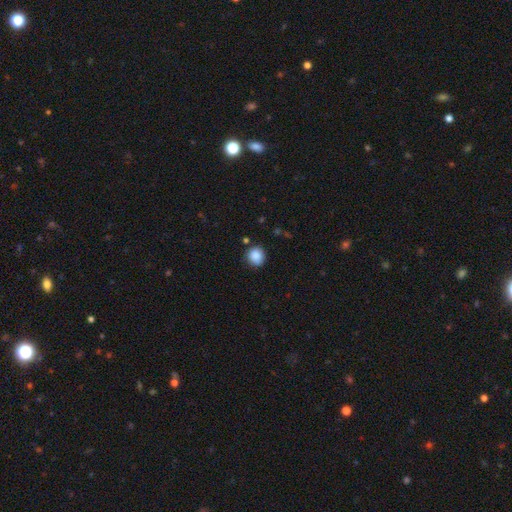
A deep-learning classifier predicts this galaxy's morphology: A smooth galaxy with no disk features (87%) that is round (86%).

Vote fractions:
- Smooth or featured? smooth: 87% / star or artifact: 9% / featured or disk: 4%
- How rounded? round: 86% / in between: 13% / cigar-shaped: 1%
- Merging? none: 79% / minor disturbance: 15% / merger: 3% / major disturbance: 3%